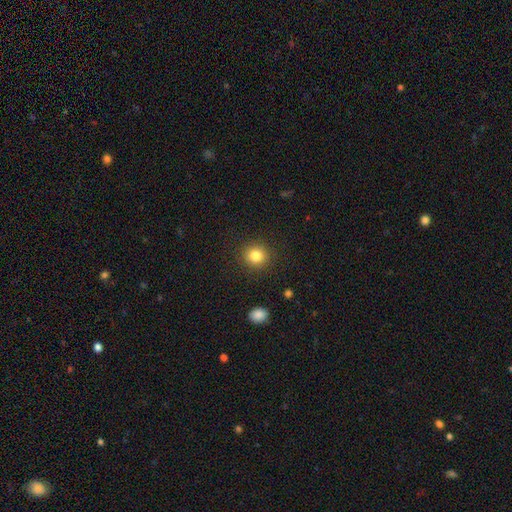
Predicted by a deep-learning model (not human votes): Smooth or featured: smooth — 83% (star or artifact — 11%)
How rounded: round — 90% (in between — 9%)
Merging: none — 90% (minor disturbance — 6%)